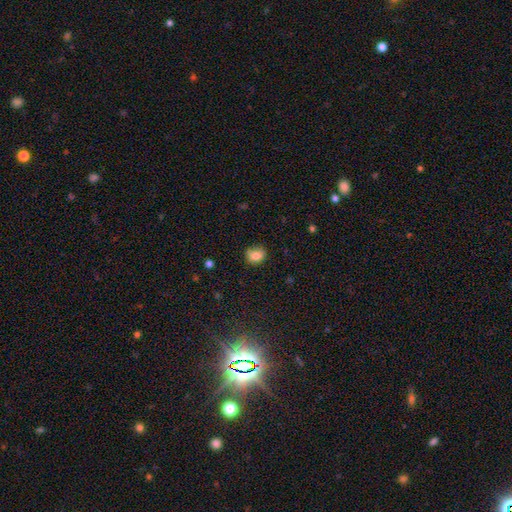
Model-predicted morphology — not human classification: smooth 81%, star or artifact 10%, featured or disk 9%. Down the decision tree: how rounded — round (59%); merging — none (69%).